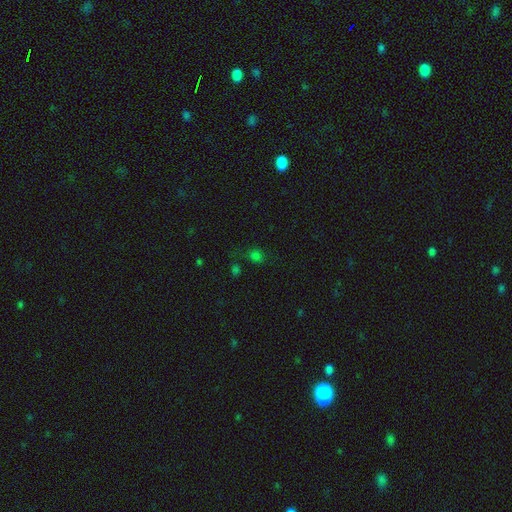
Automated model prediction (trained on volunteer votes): smooth-or-featured: smooth: 67% | star or artifact: 29% | featured or disk: 5%
  how-rounded: round: 69% | in between: 29% | cigar-shaped: 1%
  merging: none: 70% | minor disturbance: 15% | merger: 8% | major disturbance: 7%